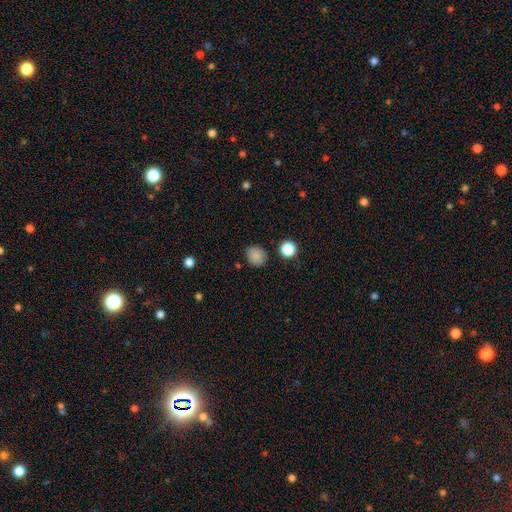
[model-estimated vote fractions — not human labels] Smooth or featured? Predicted: smooth (p=0.85). How rounded? Predicted: round (p=0.68). Merging? Predicted: none (p=0.83).